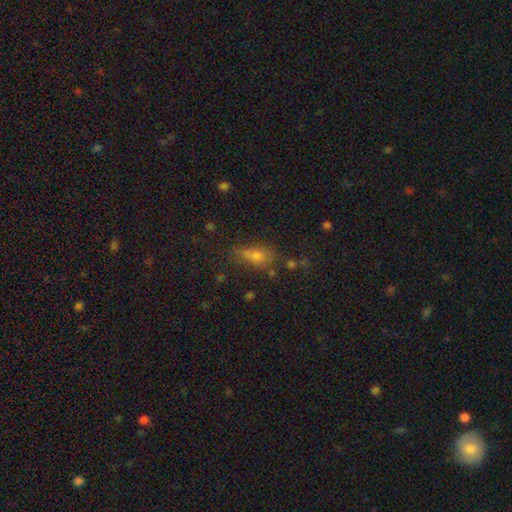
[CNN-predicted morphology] A smooth galaxy with no disk features (61%) that is in between round and cigar-shaped (66%).

Vote fractions:
- Smooth or featured? smooth: 61% / star or artifact: 23% / featured or disk: 16%
- How rounded? in between: 66% / round: 21% / cigar-shaped: 14%
- Merging? none: 54% / minor disturbance: 23% / major disturbance: 14% / merger: 9%